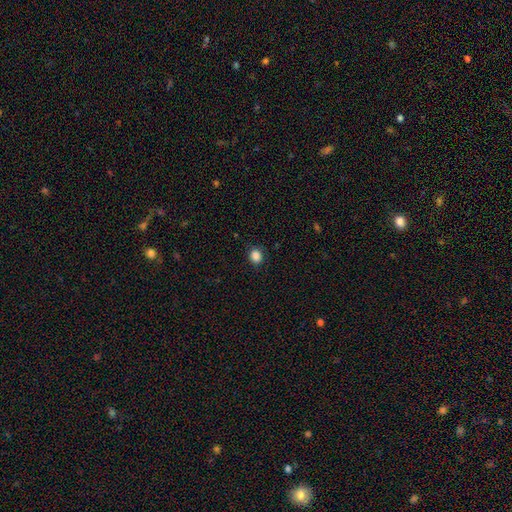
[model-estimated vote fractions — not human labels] Smooth or featured? Predicted: smooth (p=0.87). How rounded? Predicted: round (p=0.67). Merging? Predicted: none (p=0.88).